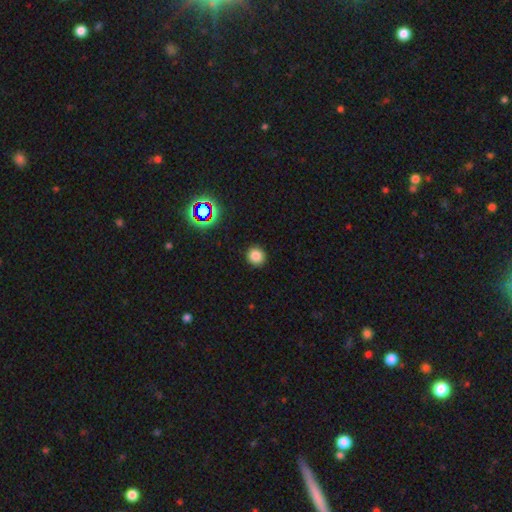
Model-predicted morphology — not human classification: smooth 81%, star or artifact 15%, featured or disk 4%. Down the decision tree: how rounded — round (91%); merging — none (91%).